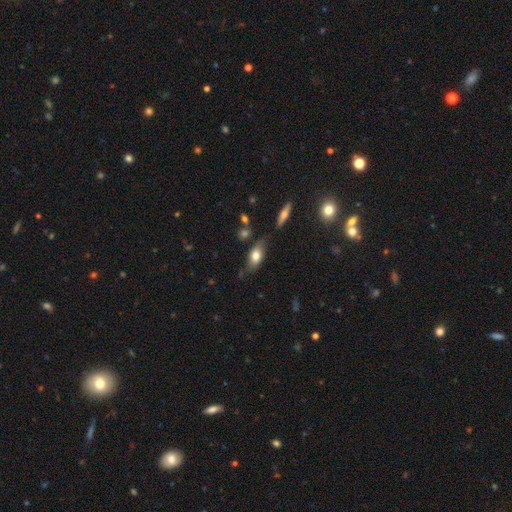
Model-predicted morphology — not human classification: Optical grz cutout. It shows a smooth galaxy with no disk features (71%) that is in between round and cigar-shaped (83%). Merging: none (64%).